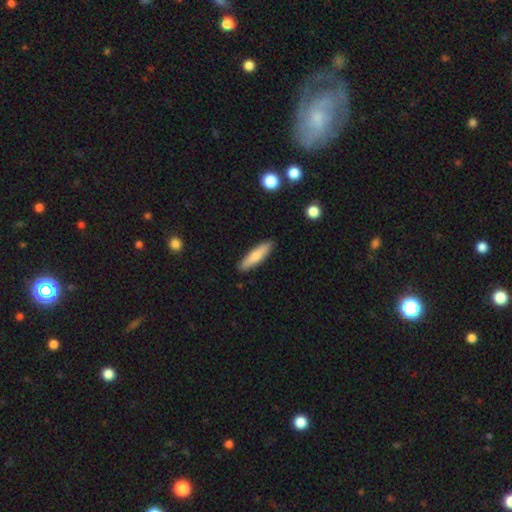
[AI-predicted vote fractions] smooth-or-featured: smooth: 73% | featured or disk: 22% | star or artifact: 6%
  how-rounded: cigar-shaped: 75% | in between: 23% | round: 2%
  merging: none: 89% | minor disturbance: 8% | major disturbance: 2% | merger: 1%